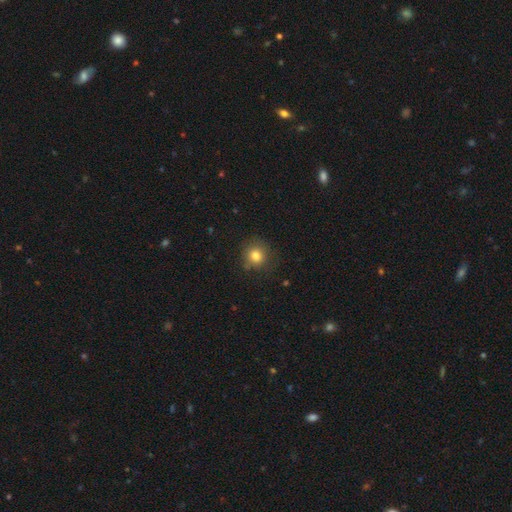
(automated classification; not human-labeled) This appears to be a smooth galaxy with no disk features (81%) that is round (88%). Merging: none (81%).